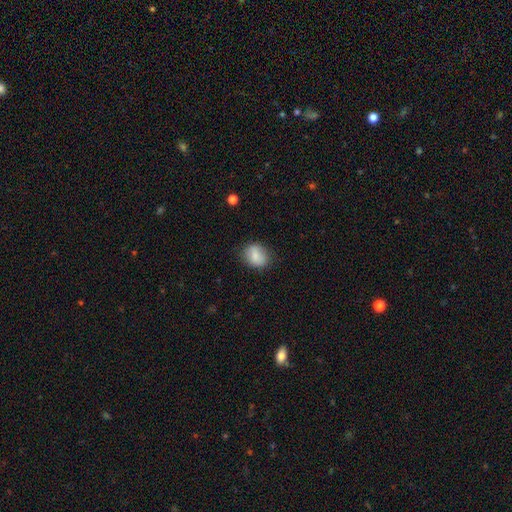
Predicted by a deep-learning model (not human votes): Smooth or featured?
  - smooth: 79% *
  - featured or disk: 13%
  - star or artifact: 8%
How rounded?
  - round: 53% *
  - in between: 46%
  - cigar-shaped: 1%
Merging?
  - none: 79% *
  - minor disturbance: 16%
  - major disturbance: 4%
  - merger: 1%